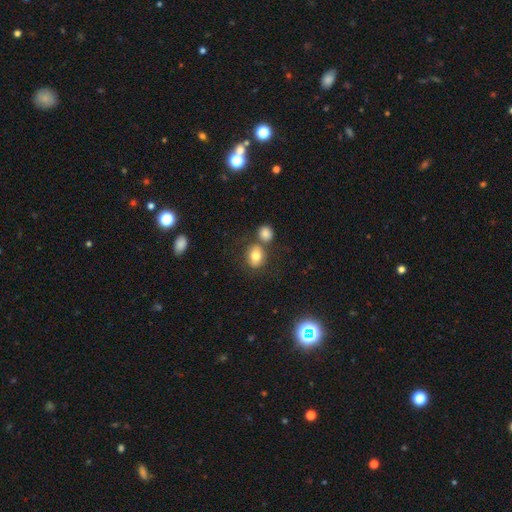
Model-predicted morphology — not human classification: Overall: smooth (77%). How rounded: in between (52%; round 47%). Merging: none (55%; merger 28%).